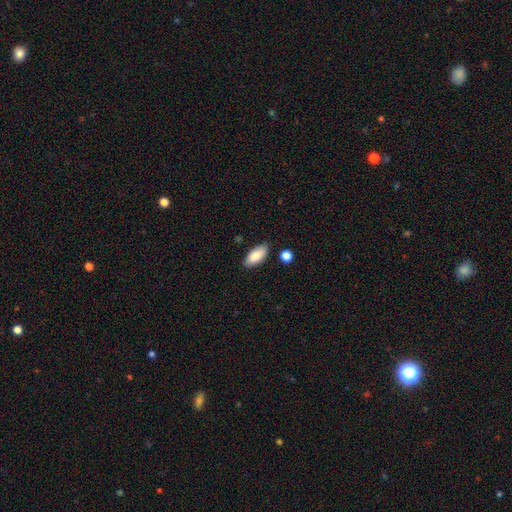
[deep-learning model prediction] Smooth or featured? smooth (86%)
How rounded? in between (88%)
Merging? none (83%)